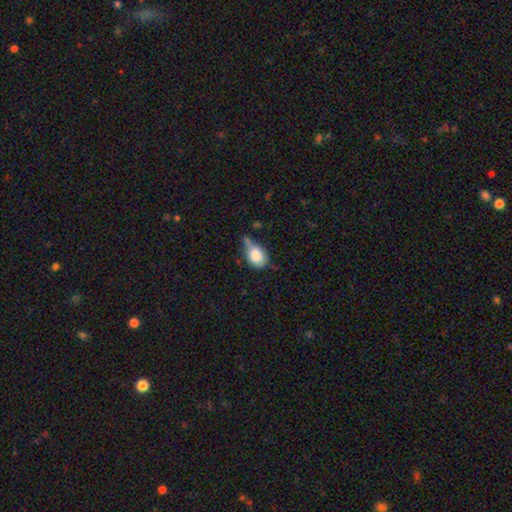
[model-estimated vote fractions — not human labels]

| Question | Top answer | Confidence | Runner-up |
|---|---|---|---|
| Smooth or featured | smooth | 78% | featured or disk (13%) |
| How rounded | in between | 69% | round (28%) |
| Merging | minor disturbance | 40% | none (30%) |